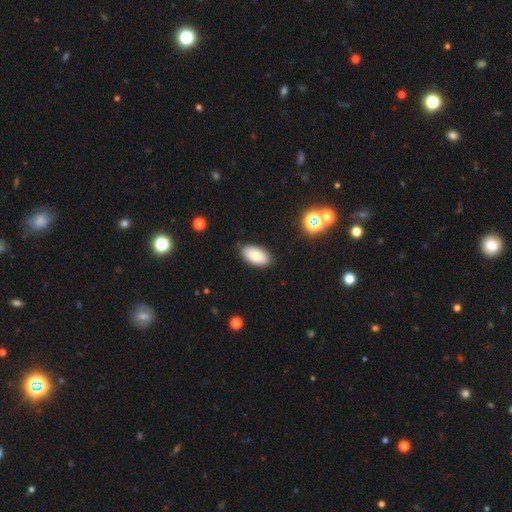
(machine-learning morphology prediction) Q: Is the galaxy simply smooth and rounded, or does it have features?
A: smooth — 79%.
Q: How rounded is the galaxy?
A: in between — 95%.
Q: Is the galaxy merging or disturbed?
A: none — 86%.